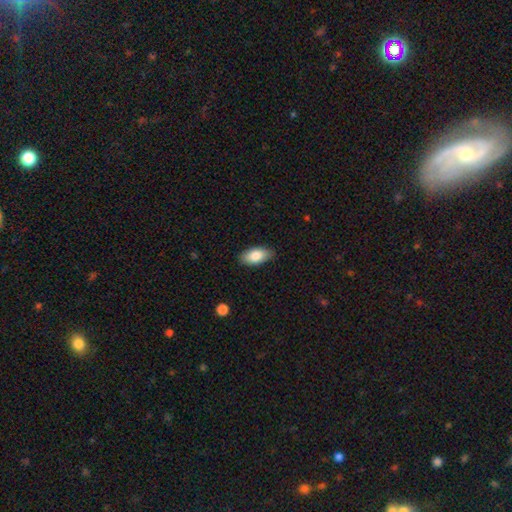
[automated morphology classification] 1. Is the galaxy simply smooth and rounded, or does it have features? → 84% smooth, 9% featured or disk, 6% star or artifact.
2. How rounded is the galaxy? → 92% in between, 5% cigar-shaped, 3% round.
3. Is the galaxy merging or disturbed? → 85% none, 12% minor disturbance, 2% major disturbance, 1% merger.